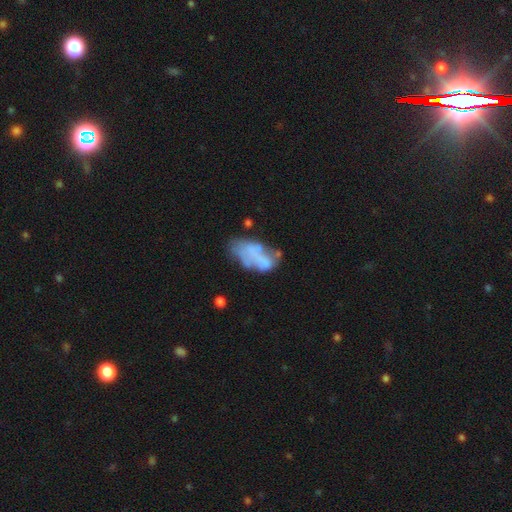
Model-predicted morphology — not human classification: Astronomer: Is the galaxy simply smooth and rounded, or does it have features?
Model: featured or disk — 45% (runner-up: smooth, 44%).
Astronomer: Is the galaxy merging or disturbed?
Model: none — 31% (runner-up: major disturbance, 26%).